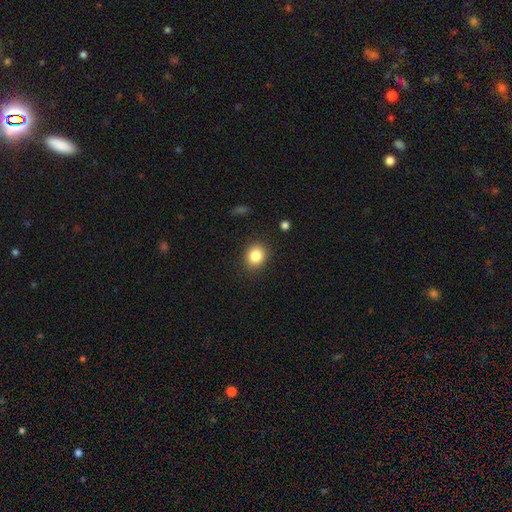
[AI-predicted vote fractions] Smooth or featured?
  - smooth: 84% *
  - star or artifact: 10%
  - featured or disk: 6%
How rounded?
  - round: 67% *
  - in between: 32%
  - cigar-shaped: 1%
Merging?
  - none: 88% *
  - minor disturbance: 8%
  - major disturbance: 2%
  - merger: 1%